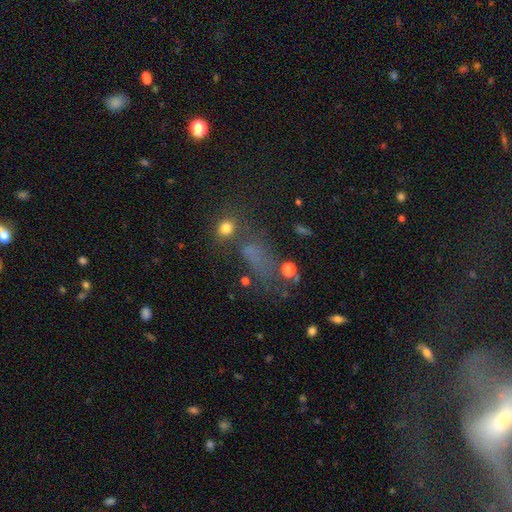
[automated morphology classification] smooth_or_featured: smooth (p=0.51) [alt: star or artifact p=0.33]
how_rounded: in between (p=0.61) [alt: round p=0.29]
merging: none (p=0.47) [alt: major disturbance p=0.20]